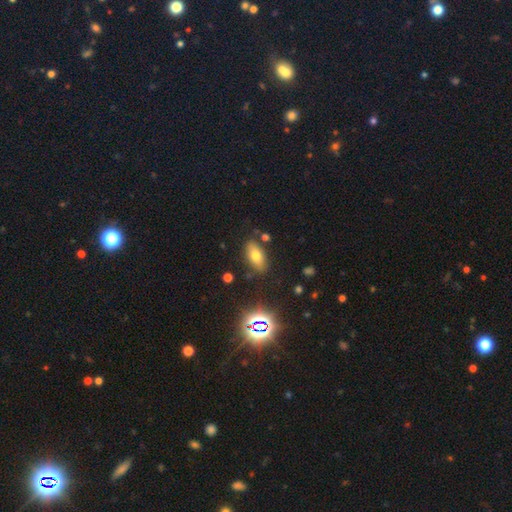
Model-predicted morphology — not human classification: Overall: smooth (67%). How rounded: in between (85%). Merging: none (81%).